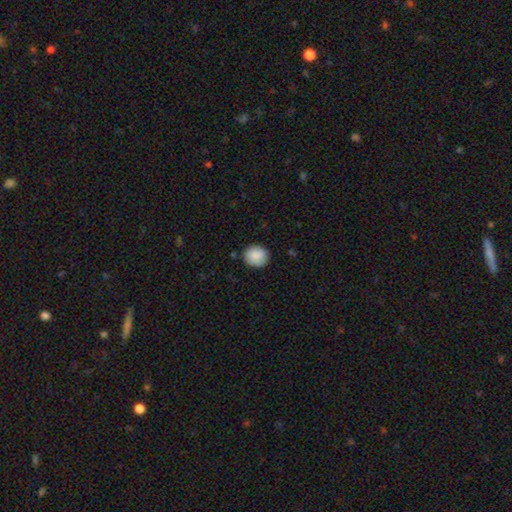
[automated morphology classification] A smooth galaxy with no disk features (88%) that is round (83%).

Vote fractions:
- Smooth or featured? smooth: 88% / star or artifact: 7% / featured or disk: 5%
- How rounded? round: 83% / in between: 16% / cigar-shaped: 1%
- Merging? none: 86% / minor disturbance: 11% / major disturbance: 2% / merger: 1%